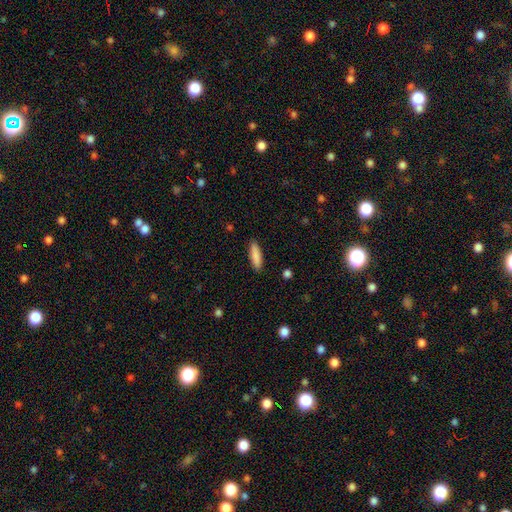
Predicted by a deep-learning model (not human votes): Morphology: type=smooth (87%); roundness=cigar-shaped (66%); merging=none (90%).